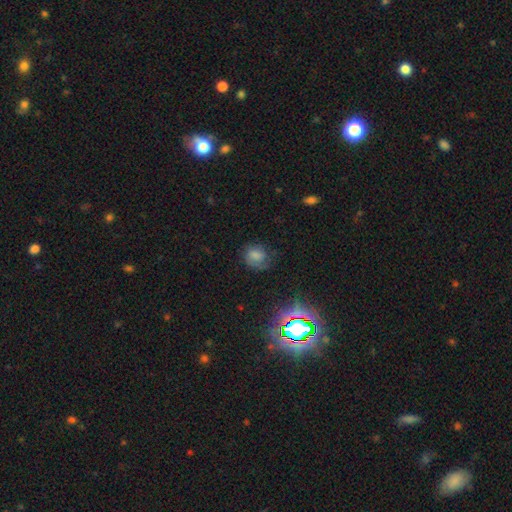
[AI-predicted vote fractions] Smooth or featured: smooth — 62% (featured or disk — 23%)
How rounded: round — 66% (in between — 33%)
Merging: none — 60% (minor disturbance — 24%)